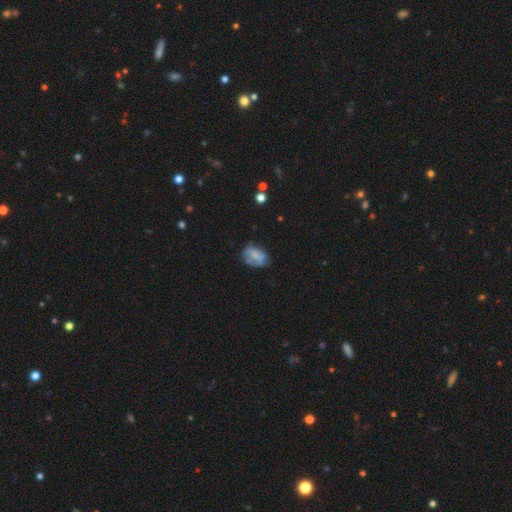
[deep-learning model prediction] Overall: smooth (57%; featured or disk 33%). How rounded: in between (80%). Merging: none (52%; minor disturbance 29%).